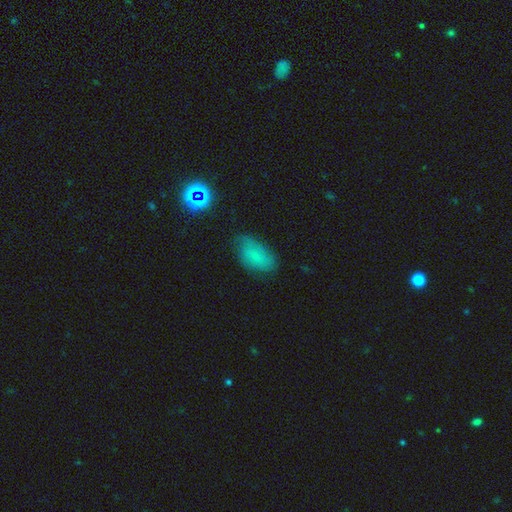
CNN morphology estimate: smooth-or-featured: smooth: 62% | featured or disk: 24% | star or artifact: 14%
  how-rounded: in between: 90% | round: 7% | cigar-shaped: 3%
  merging: none: 64% | minor disturbance: 27% | major disturbance: 8% | merger: 2%